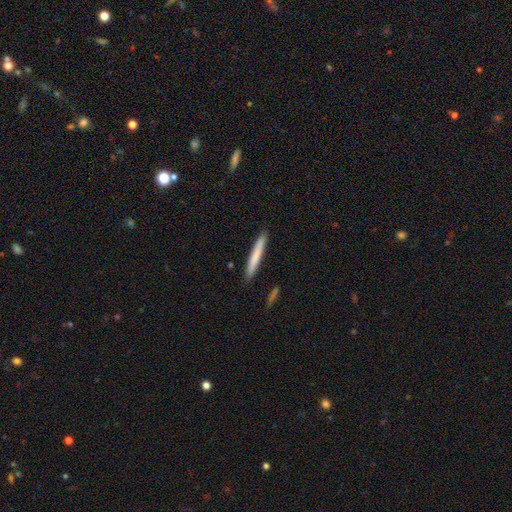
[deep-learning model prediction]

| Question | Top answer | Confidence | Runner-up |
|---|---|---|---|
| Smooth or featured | smooth | 72% | featured or disk (22%) |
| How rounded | cigar-shaped | 96% | in between (3%) |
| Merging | none | 90% | minor disturbance (7%) |